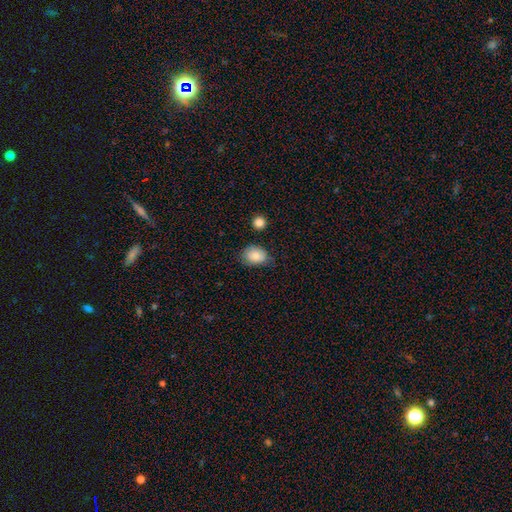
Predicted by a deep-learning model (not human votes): This appears to be a smooth galaxy with no disk features (84%) that is in between round and cigar-shaped (64%). Merging: none (66%).